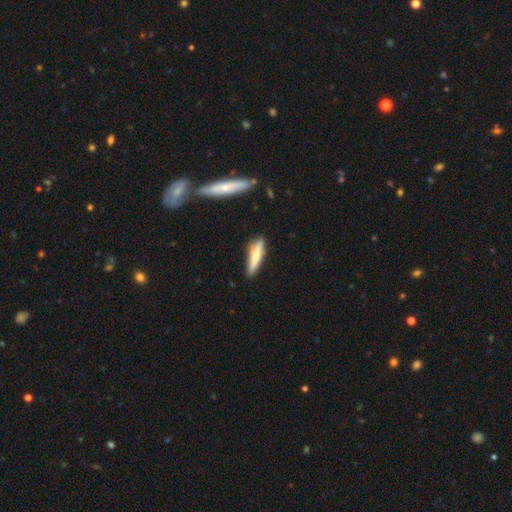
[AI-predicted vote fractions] Overall: smooth (67%; featured or disk 27%). How rounded: cigar-shaped (83%). Merging: none (82%).